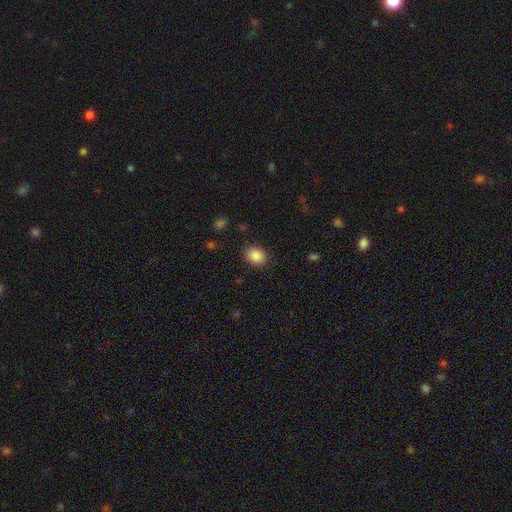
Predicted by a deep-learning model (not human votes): Q: Smooth or featured?
A: smooth (88%); runner-up: star or artifact (9%)
Q: How rounded?
A: in between (51%); runner-up: round (48%)
Q: Merging?
A: none (86%); runner-up: minor disturbance (9%)